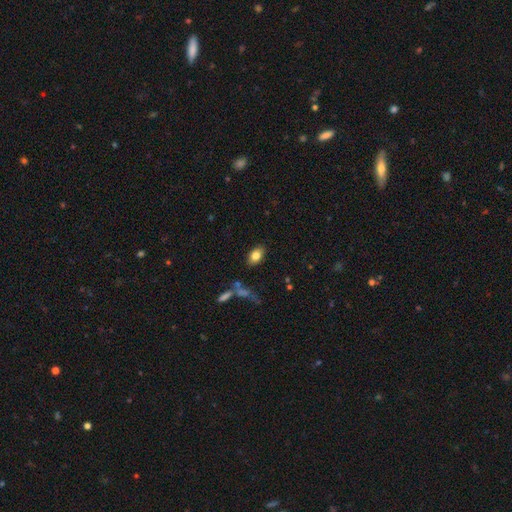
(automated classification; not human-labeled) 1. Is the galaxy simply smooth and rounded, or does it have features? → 80% smooth, 11% featured or disk, 9% star or artifact.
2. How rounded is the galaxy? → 88% in between, 9% round, 3% cigar-shaped.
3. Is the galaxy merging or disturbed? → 83% none, 11% minor disturbance, 3% major disturbance, 3% merger.